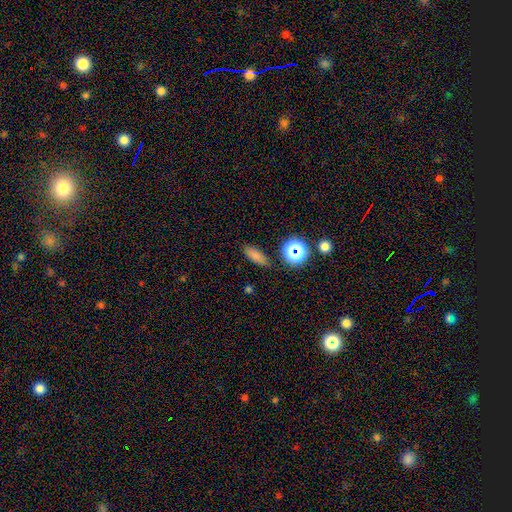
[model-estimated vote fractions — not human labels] Morphology: type=smooth (75%); roundness=in between (69%); merging=none (83%).